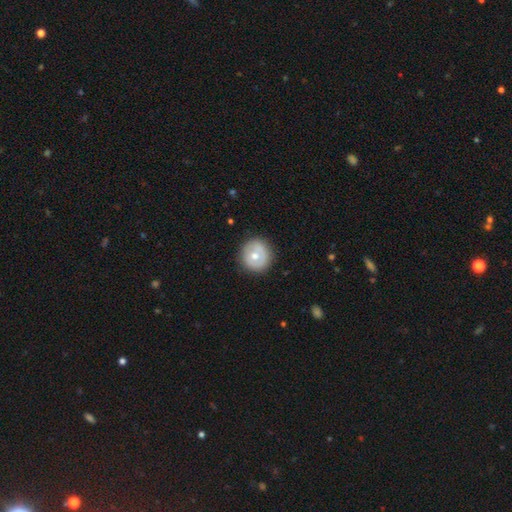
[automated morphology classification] smooth 61%, featured or disk 32%, star or artifact 7%. Down the decision tree: how rounded — round (91%); merging — none (85%).